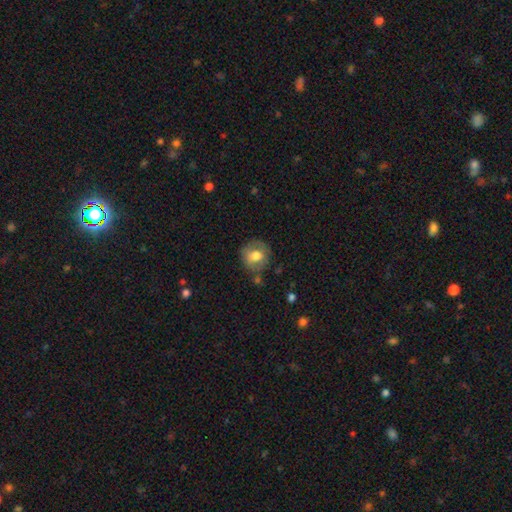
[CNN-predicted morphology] Overall: smooth (66%). How rounded: round (80%). Merging: none (68%).